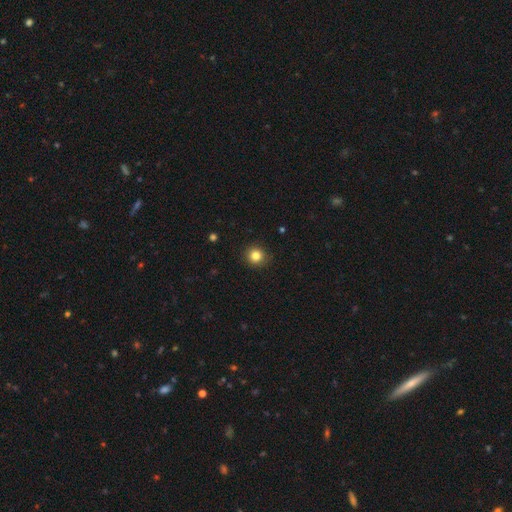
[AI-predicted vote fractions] smooth 83%, star or artifact 12%, featured or disk 5%. Down the decision tree: how rounded — round (92%); merging — none (90%).